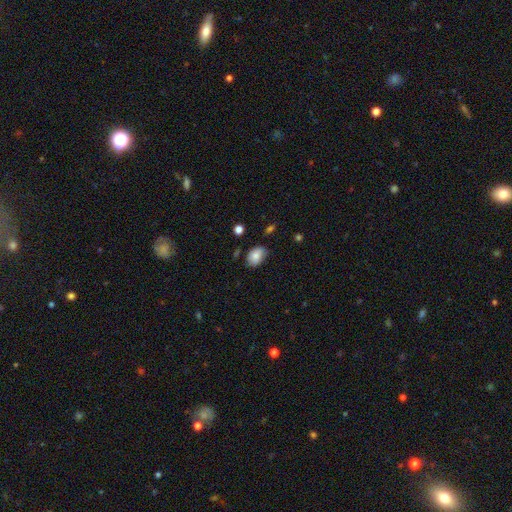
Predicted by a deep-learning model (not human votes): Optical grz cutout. It shows a smooth galaxy with no disk features (82%) that is in between round and cigar-shaped (83%). Merging: none (70%).